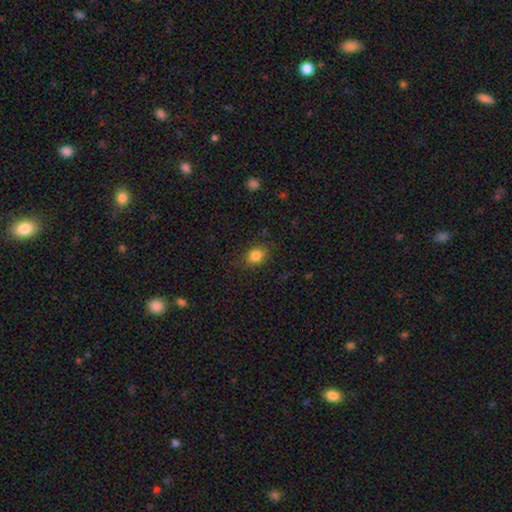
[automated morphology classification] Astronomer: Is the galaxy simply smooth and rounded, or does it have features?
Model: smooth — 84%.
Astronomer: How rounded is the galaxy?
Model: in between — 52% (runner-up: round, 47%).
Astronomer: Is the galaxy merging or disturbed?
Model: none — 80%.